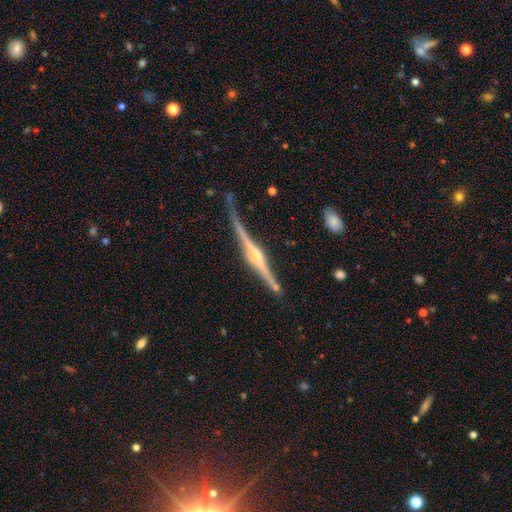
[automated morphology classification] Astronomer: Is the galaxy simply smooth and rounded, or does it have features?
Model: featured or disk — 86%.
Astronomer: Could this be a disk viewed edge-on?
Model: yes — 98%.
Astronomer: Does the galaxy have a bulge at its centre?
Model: rounded — 80%.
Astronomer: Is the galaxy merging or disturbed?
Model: none — 76%.